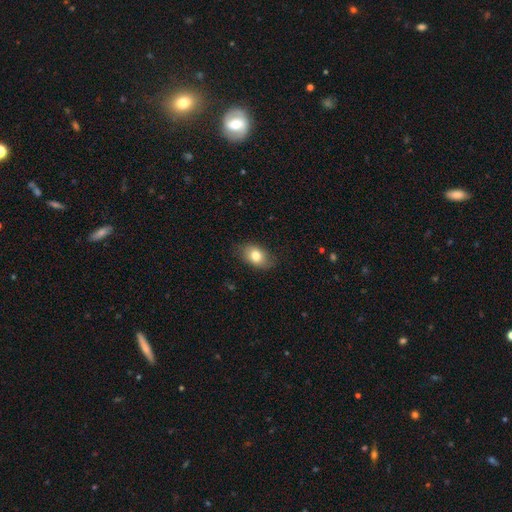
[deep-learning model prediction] Smooth or featured? smooth (79%)
How rounded? in between (84%)
Merging? none (80%)